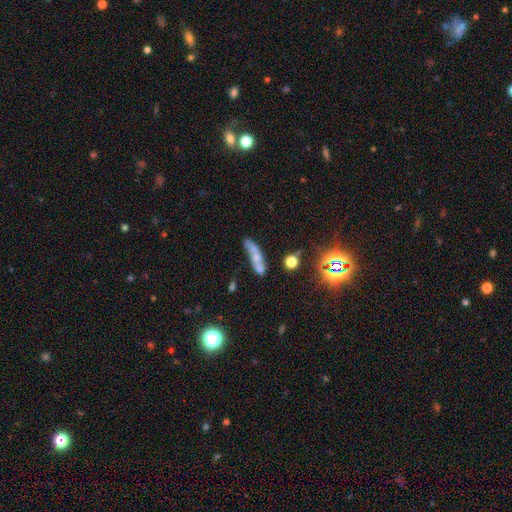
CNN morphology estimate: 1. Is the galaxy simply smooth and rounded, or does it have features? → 49% smooth, 38% featured or disk, 13% star or artifact.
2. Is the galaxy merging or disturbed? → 37% none, 35% merger, 17% minor disturbance, 11% major disturbance.